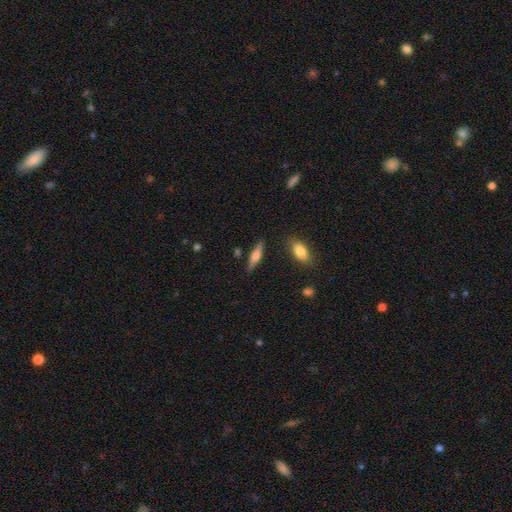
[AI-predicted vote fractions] Overall: smooth (48%; featured or disk 45%). Merging: none (83%).